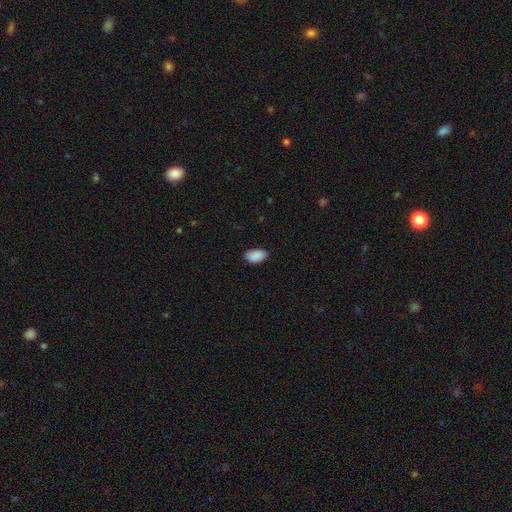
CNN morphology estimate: smooth_or_featured: smooth (p=0.88) [alt: star or artifact p=0.08]
how_rounded: in between (p=0.92) [alt: round p=0.07]
merging: none (p=0.77) [alt: minor disturbance p=0.18]